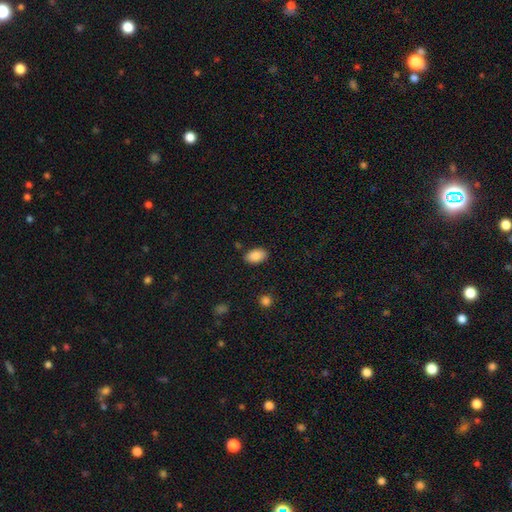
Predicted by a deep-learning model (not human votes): This is clearly a smooth galaxy (88%). How rounded: clearly in between (93%). Merging: clearly none (86%).